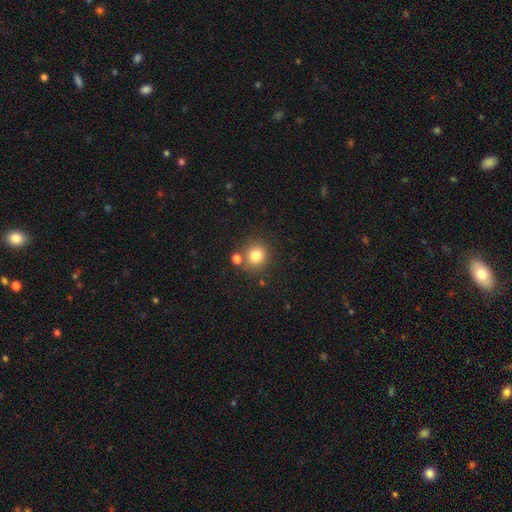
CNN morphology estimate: A smooth galaxy with no disk features (80%) that is round (83%). Merging: none (75%).